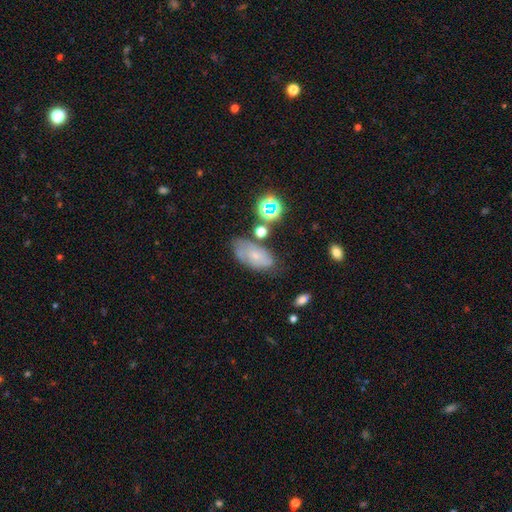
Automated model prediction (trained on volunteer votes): This is possibly a smooth galaxy (46%). Merging: possibly none (55%).